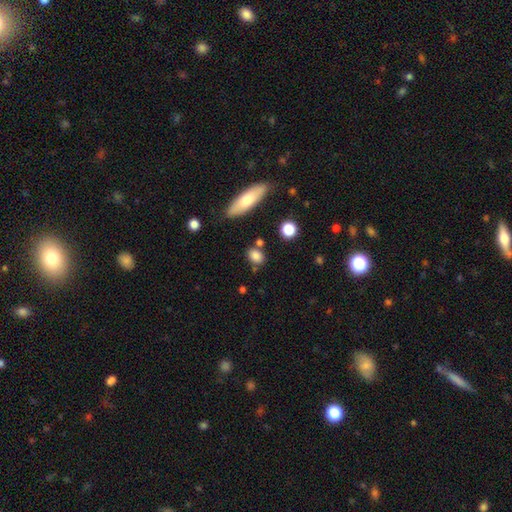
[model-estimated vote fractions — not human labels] Overall: smooth (82%). How rounded: in between (59%; round 36%). Merging: none (72%).